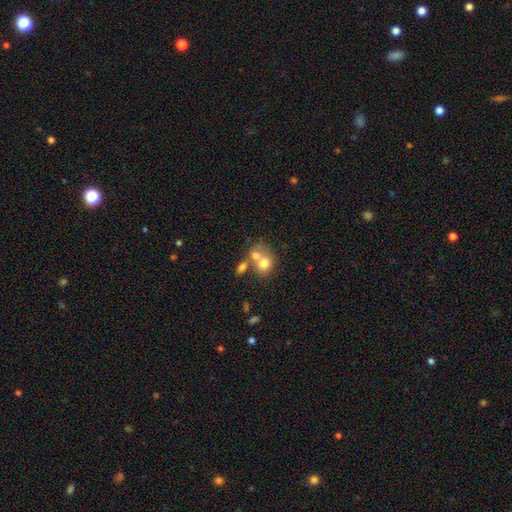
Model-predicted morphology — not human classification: Smooth or featured: smooth — 66% (featured or disk — 23%)
How rounded: round — 58% (in between — 41%)
Merging: merger — 59% (none — 27%)